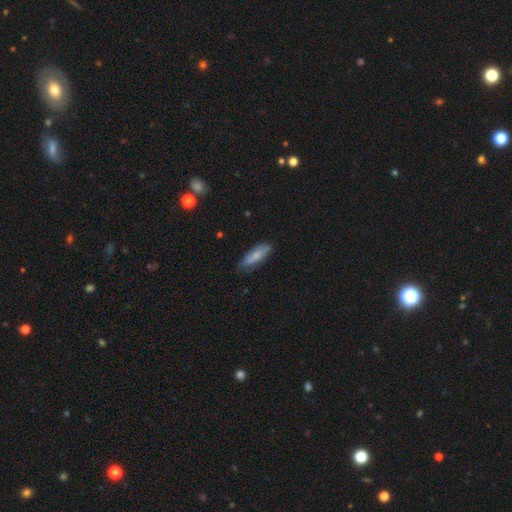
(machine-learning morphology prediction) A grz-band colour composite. It shows a smooth galaxy with no disk features (70%) that is in between round and cigar-shaped (55%). Merging: none (73%).